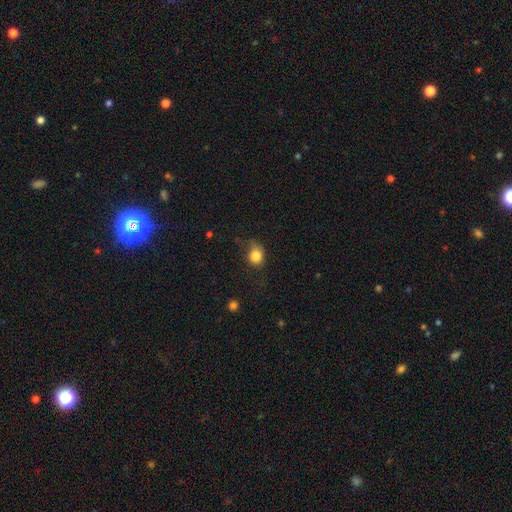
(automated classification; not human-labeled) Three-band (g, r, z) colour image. It shows a smooth galaxy with no disk features (83%) that is round (70%). Merging: none (53%).